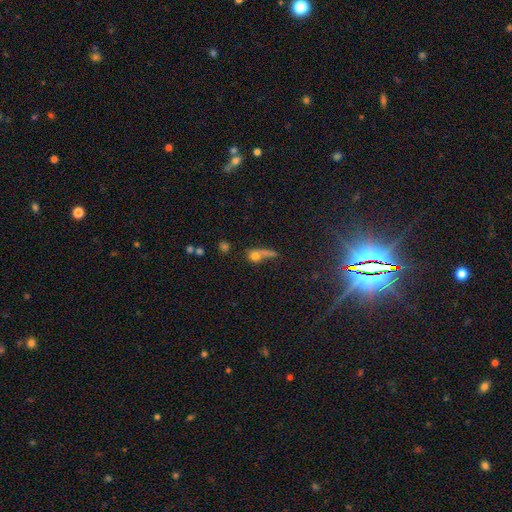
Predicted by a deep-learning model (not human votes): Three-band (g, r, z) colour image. It shows a smooth galaxy with no disk features (64%) that is round (54%). Merging: none (36%).